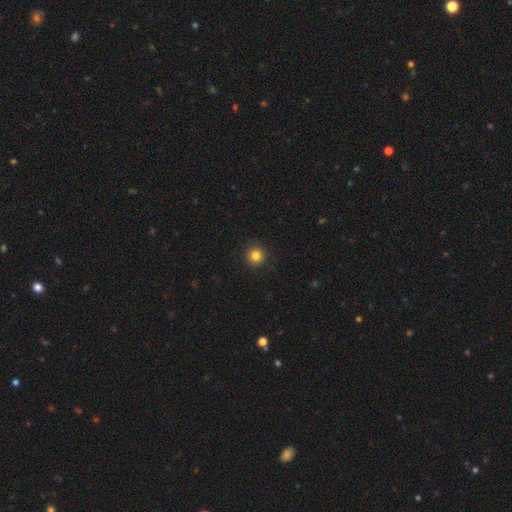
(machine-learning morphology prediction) This is clearly a smooth galaxy (84%). How rounded: clearly round (94%). Merging: clearly none (92%).